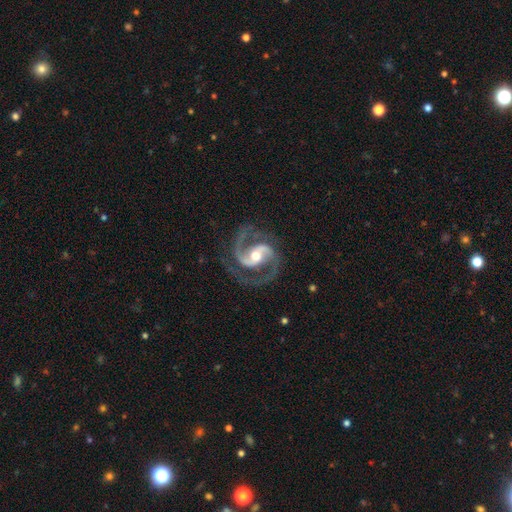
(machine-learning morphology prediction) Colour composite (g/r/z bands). It shows a featured or disk galaxy (94%) with a weak bar (40%), 2 (94%) medium (68%) spiral arms (99%) and a moderate central bulge (72%). Merging: none (81%).